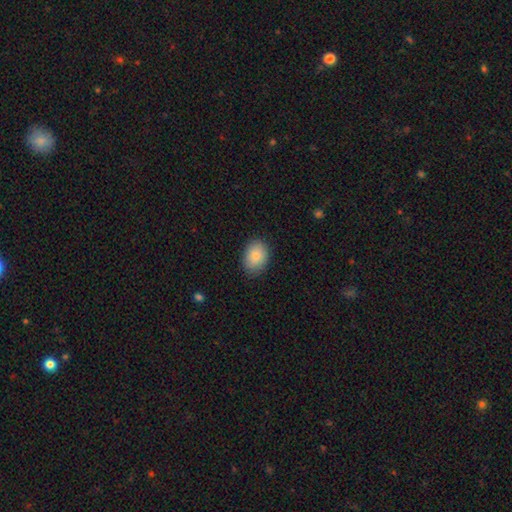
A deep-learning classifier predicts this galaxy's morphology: Q: Smooth or featured?
A: smooth (84%); runner-up: featured or disk (8%)
Q: How rounded?
A: in between (70%); runner-up: round (29%)
Q: Merging?
A: none (82%); runner-up: minor disturbance (14%)